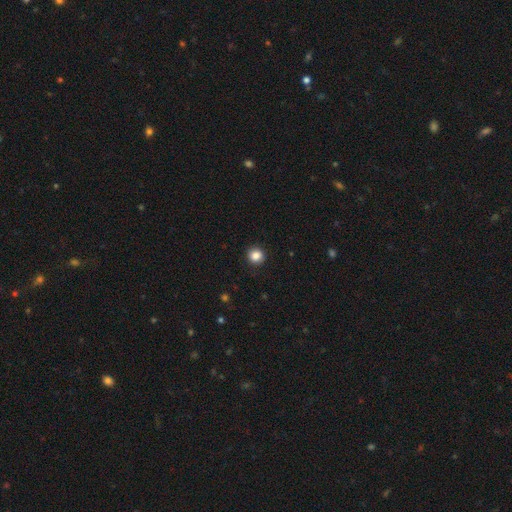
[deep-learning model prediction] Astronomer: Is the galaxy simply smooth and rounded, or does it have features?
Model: smooth — 86%.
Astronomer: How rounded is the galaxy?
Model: round — 92%.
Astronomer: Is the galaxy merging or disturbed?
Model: none — 92%.